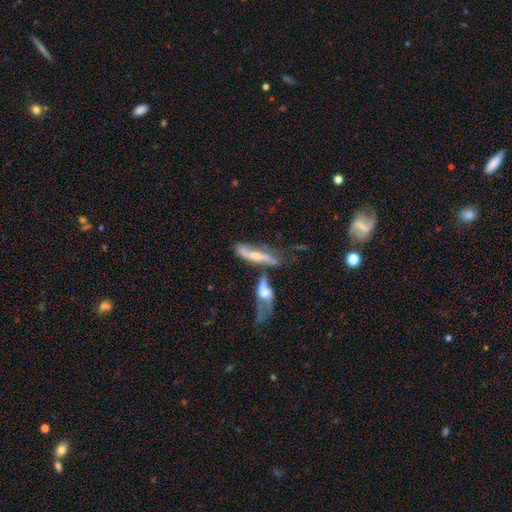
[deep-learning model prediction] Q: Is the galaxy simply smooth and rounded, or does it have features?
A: featured or disk — 66%.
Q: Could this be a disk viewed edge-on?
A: no — 55%.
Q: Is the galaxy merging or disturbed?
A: merger — 48%.